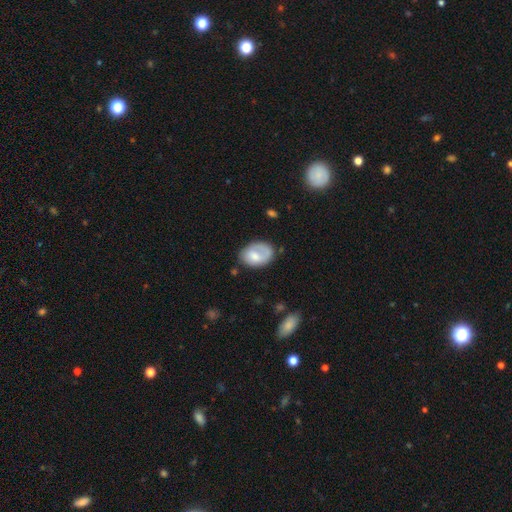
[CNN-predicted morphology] Q: Smooth or featured?
A: smooth (62%); runner-up: featured or disk (31%)
Q: How rounded?
A: in between (81%); runner-up: round (18%)
Q: Merging?
A: none (57%); runner-up: minor disturbance (26%)